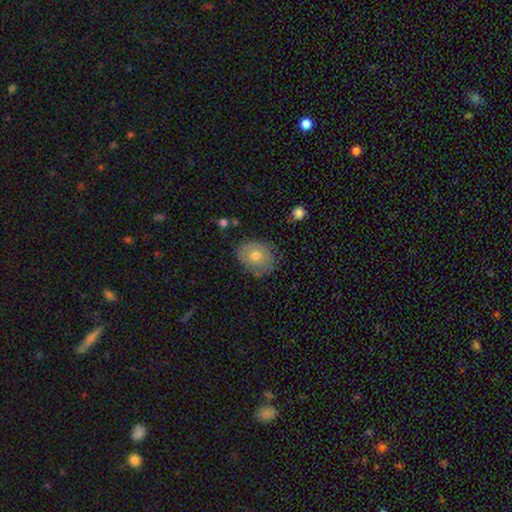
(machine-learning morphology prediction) smooth_or_featured: smooth (p=0.70) [alt: featured or disk p=0.22]
how_rounded: in between (p=0.52) [alt: round p=0.47]
merging: none (p=0.74) [alt: minor disturbance p=0.20]